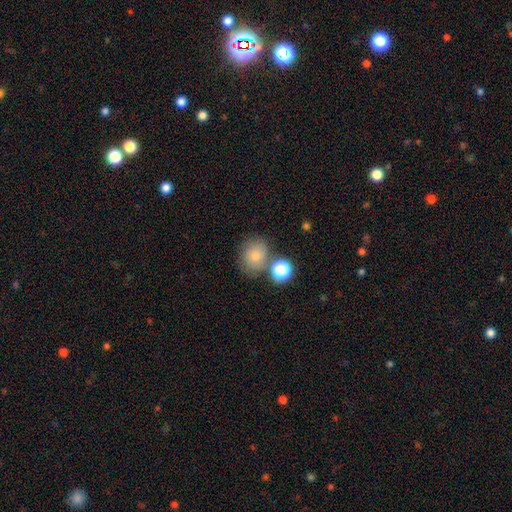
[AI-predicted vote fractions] The model was most divided on "how rounded": round: 73%, in between: 26%, cigar-shaped: 1%. More confident: smooth or featured — smooth (73%); merging — none (64%).